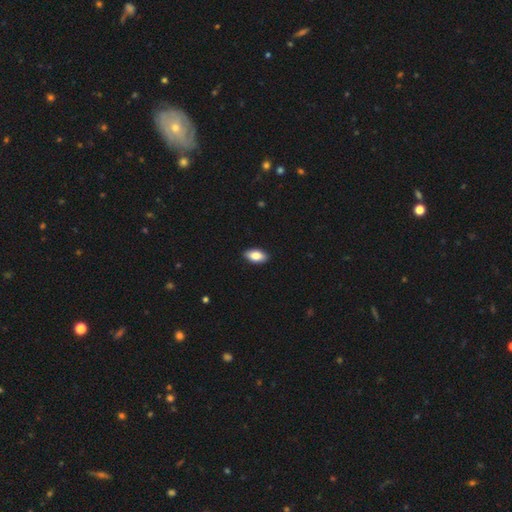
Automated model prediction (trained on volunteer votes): Overall: smooth (85%). How rounded: in between (92%). Merging: none (90%).